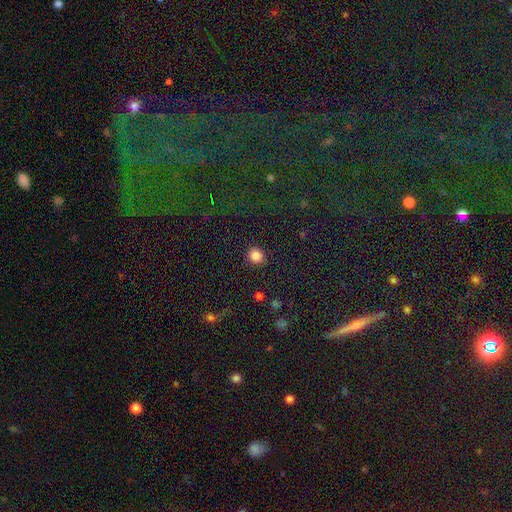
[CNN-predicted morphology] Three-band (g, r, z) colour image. It shows a smooth galaxy with no disk features (85%) that is round (82%). Merging: none (90%).